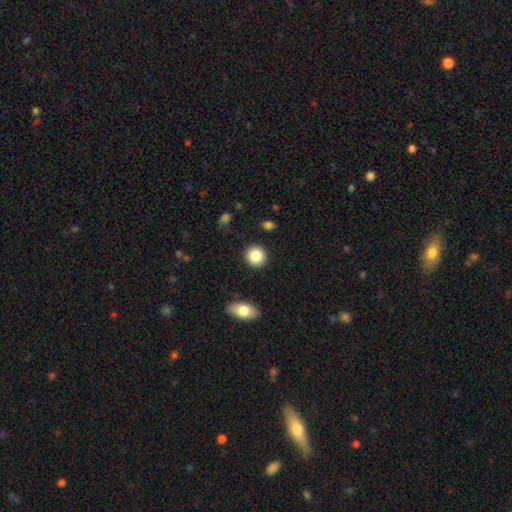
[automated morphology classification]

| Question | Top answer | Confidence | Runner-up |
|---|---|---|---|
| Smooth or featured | smooth | 87% | star or artifact (8%) |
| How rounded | round | 87% | in between (12%) |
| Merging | none | 90% | minor disturbance (6%) |